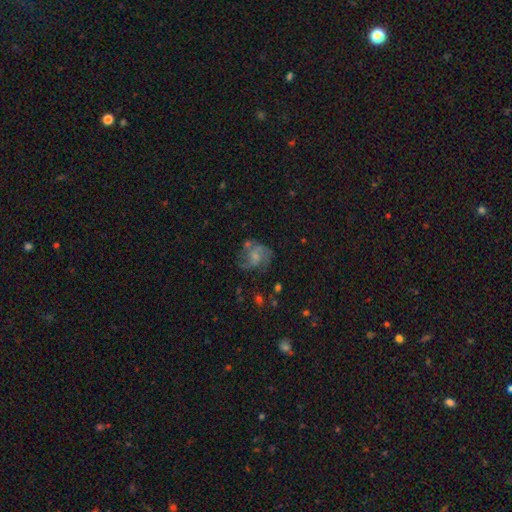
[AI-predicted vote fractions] Smooth or featured? featured or disk (62%)
Edge-on disk? no (98%)
Bar? no (66%)
Spiral arms? yes (81%)
Bulge size? small (46%)
Merging? none (53%)